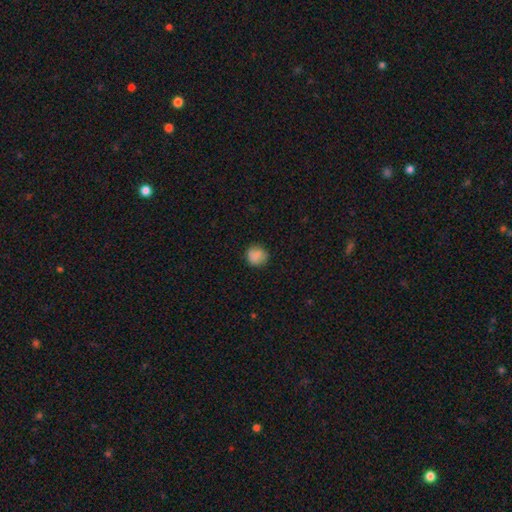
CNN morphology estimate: Q: Smooth or featured?
A: smooth (85%); runner-up: star or artifact (9%)
Q: How rounded?
A: round (89%); runner-up: in between (10%)
Q: Merging?
A: none (84%); runner-up: minor disturbance (11%)